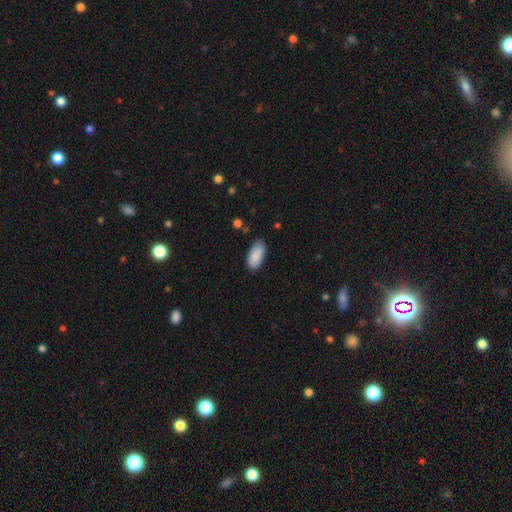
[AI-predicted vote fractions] A smooth galaxy with no disk features (88%) that is in between round and cigar-shaped (92%).

Vote fractions:
- Smooth or featured? smooth: 88% / featured or disk: 6% / star or artifact: 6%
- How rounded? in between: 92% / cigar-shaped: 6% / round: 2%
- Merging? none: 77% / minor disturbance: 18% / major disturbance: 3% / merger: 2%